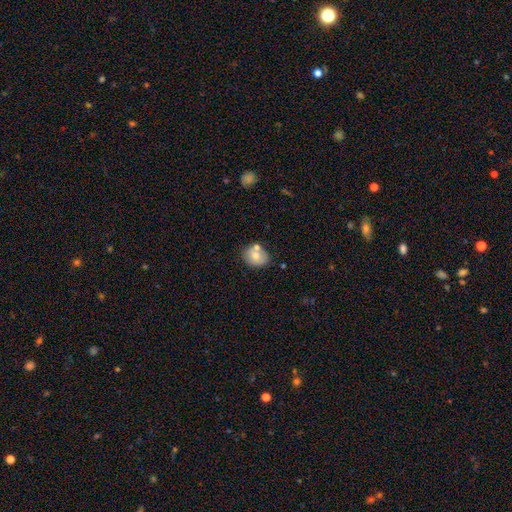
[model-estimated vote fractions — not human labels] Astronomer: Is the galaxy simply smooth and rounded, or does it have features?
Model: smooth — 70%.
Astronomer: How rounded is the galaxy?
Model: round — 56% (runner-up: in between, 43%).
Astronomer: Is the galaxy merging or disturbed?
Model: none — 60%.